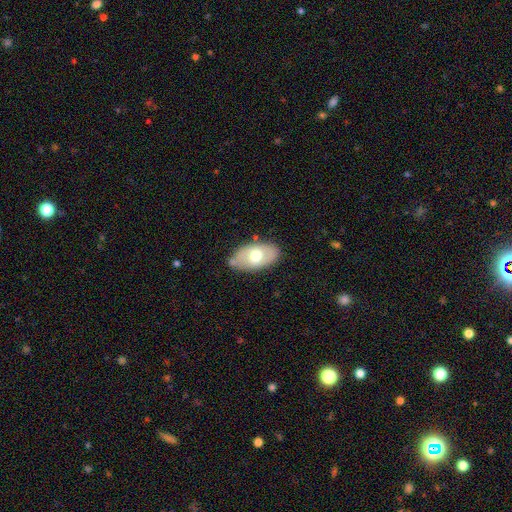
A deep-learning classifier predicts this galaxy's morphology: Q: Smooth or featured?
A: smooth (57%); runner-up: featured or disk (37%)
Q: How rounded?
A: in between (93%); runner-up: round (5%)
Q: Merging?
A: none (72%); runner-up: minor disturbance (19%)